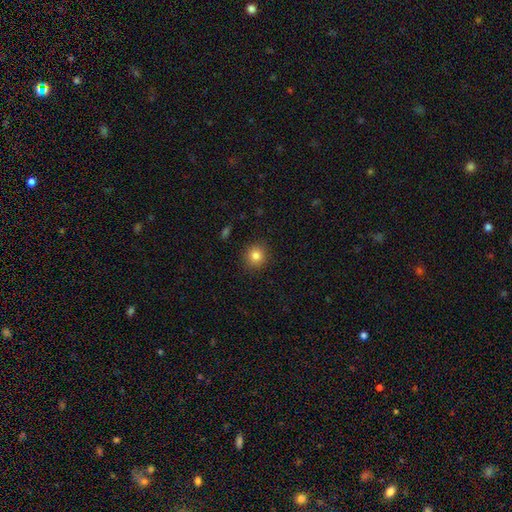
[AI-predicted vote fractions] This appears to be a smooth galaxy with no disk features (83%) that is round (91%). Merging: none (90%).